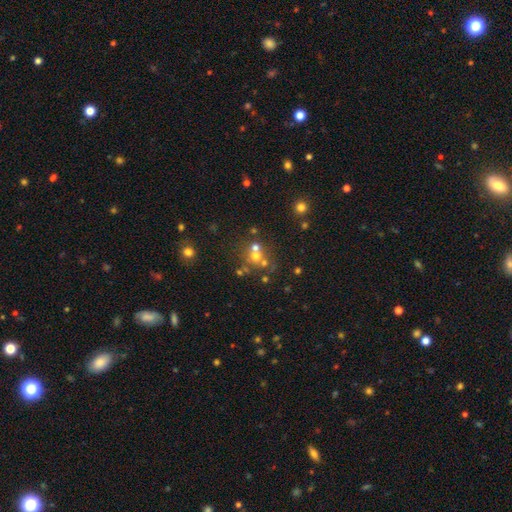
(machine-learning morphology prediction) Q: Smooth or featured?
A: smooth (53%); runner-up: star or artifact (24%)
Q: How rounded?
A: round (82%); runner-up: in between (17%)
Q: Merging?
A: none (45%); runner-up: merger (42%)